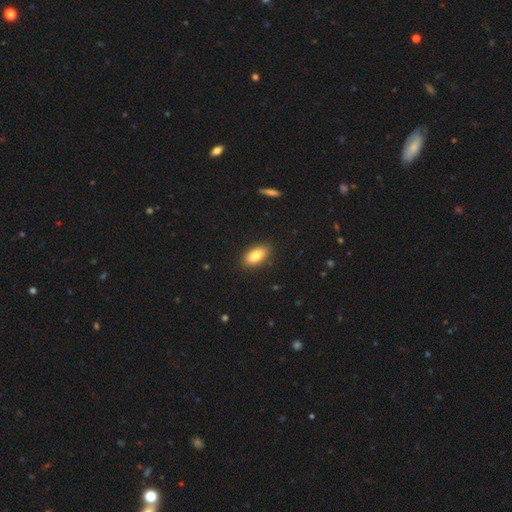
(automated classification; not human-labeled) Smooth or featured: smooth — 83% (featured or disk — 10%)
How rounded: in between — 90% (cigar-shaped — 6%)
Merging: none — 88% (minor disturbance — 9%)